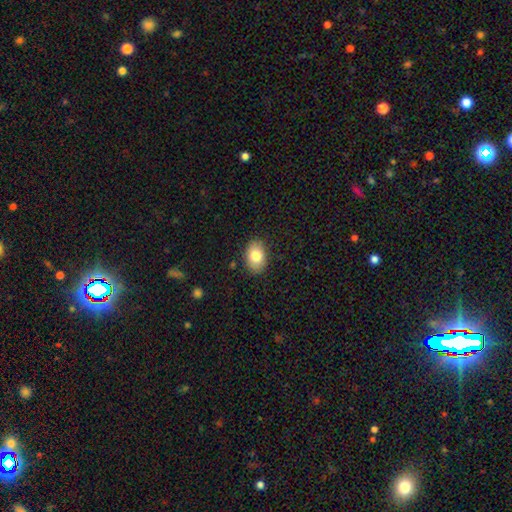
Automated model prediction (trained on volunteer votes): smooth_or_featured: smooth (p=0.80) [alt: featured or disk p=0.12]
how_rounded: in between (p=0.82) [alt: round p=0.17]
merging: none (p=0.87) [alt: minor disturbance p=0.10]